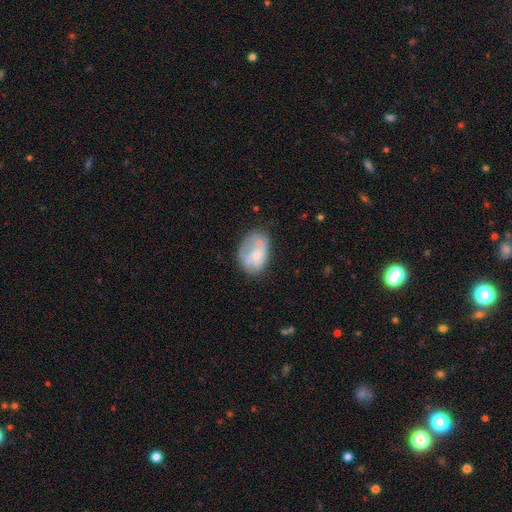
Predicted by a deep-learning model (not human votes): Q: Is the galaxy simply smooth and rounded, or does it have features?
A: smooth — 53%.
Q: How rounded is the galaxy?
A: in between — 74%.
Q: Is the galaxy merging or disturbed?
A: none — 34%.